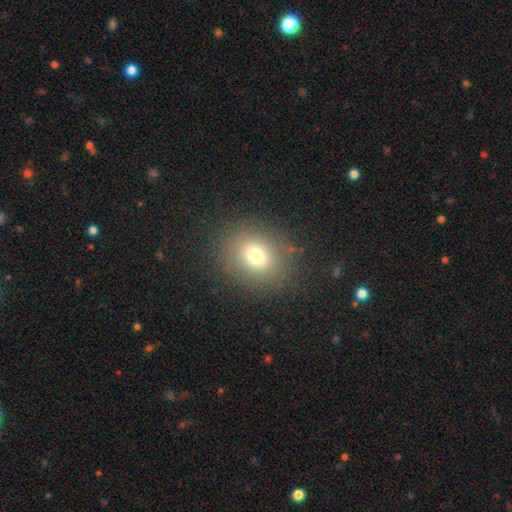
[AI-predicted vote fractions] Overall: smooth (73%). How rounded: round (68%; in between 31%). Merging: none (86%).